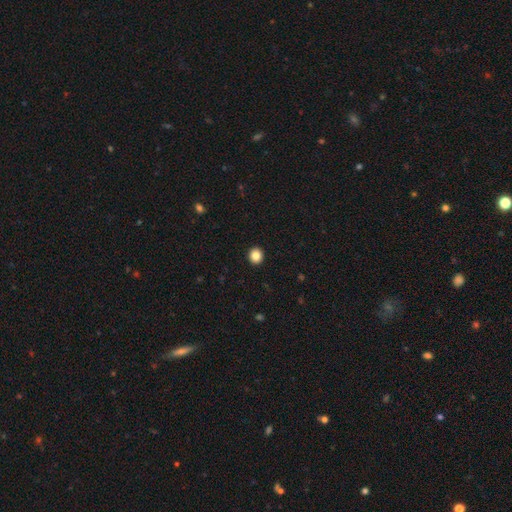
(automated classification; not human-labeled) smooth_or_featured: smooth (p=0.86) [alt: star or artifact p=0.10]
how_rounded: round (p=0.89) [alt: in between p=0.10]
merging: none (p=0.94) [alt: minor disturbance p=0.04]